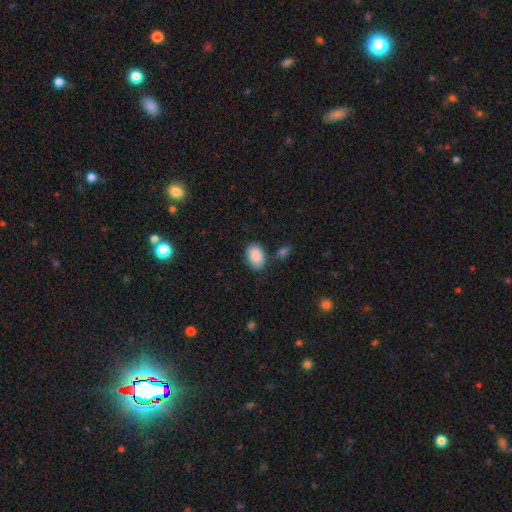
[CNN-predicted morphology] smooth_or_featured: smooth (p=0.89) [alt: star or artifact p=0.06]
how_rounded: in between (p=0.88) [alt: round p=0.11]
merging: none (p=0.73) [alt: minor disturbance p=0.16]